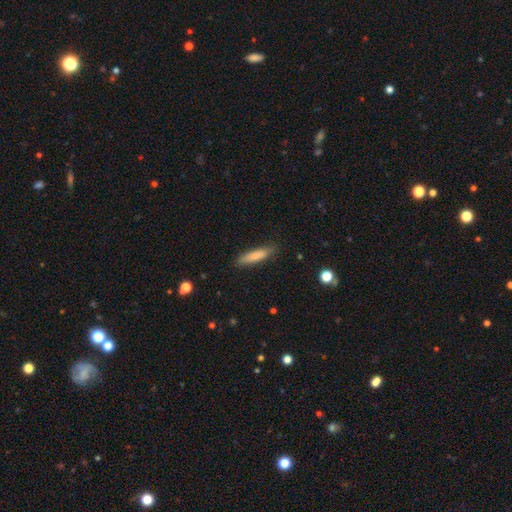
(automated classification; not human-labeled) Overall: smooth (83%). How rounded: cigar-shaped (80%). Merging: none (84%).